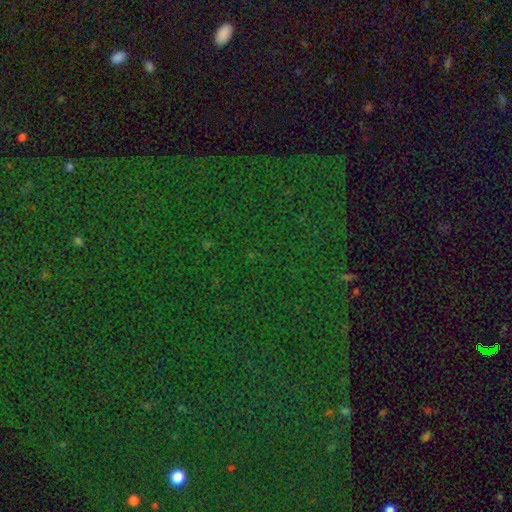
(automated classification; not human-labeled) Q: Smooth or featured?
A: star or artifact (84%); runner-up: smooth (9%)